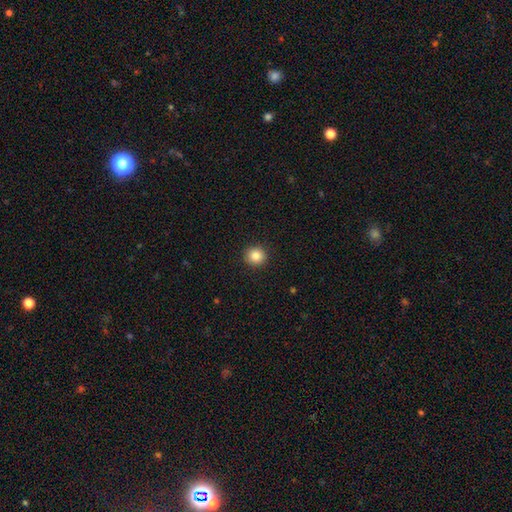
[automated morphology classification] Smooth or featured: smooth — 85% (star or artifact — 10%)
How rounded: round — 93% (in between — 6%)
Merging: none — 92% (minor disturbance — 5%)